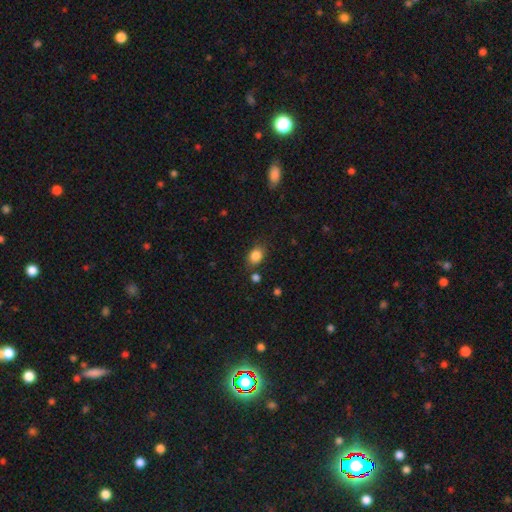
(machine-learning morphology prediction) smooth 85%, star or artifact 10%, featured or disk 5%. Down the decision tree: how rounded — in between (65%); merging — none (76%).